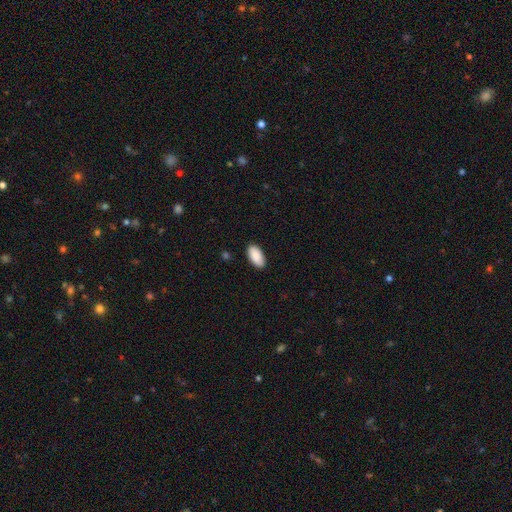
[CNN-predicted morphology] The model was most divided on "merging": none: 88%, minor disturbance: 9%, major disturbance: 2%, merger: 1%. More confident: how rounded — in between (95%); smooth or featured — smooth (90%).